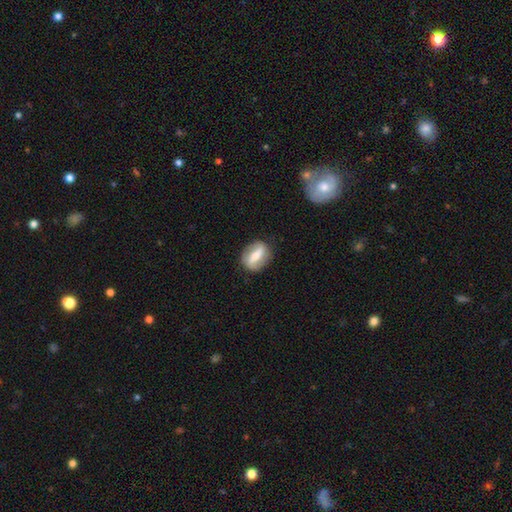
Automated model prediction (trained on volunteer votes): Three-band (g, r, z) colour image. It shows a featured or disk galaxy (58%) with a strong bar (69%), spiral arms (51%) and a moderate central bulge (52%). Merging: none (84%).